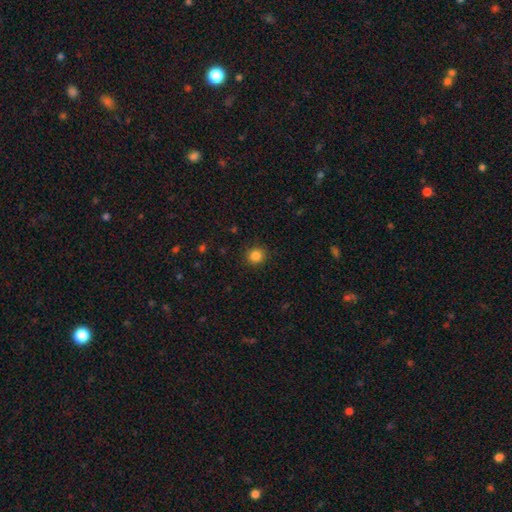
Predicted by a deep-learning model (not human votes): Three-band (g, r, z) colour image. It shows a smooth galaxy with no disk features (85%) that is round (91%). Merging: none (90%).